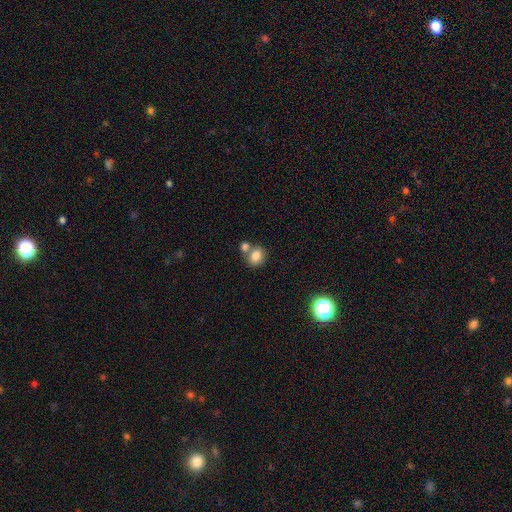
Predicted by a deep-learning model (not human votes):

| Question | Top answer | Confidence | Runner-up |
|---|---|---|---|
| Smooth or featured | smooth | 81% | star or artifact (10%) |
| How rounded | round | 62% | in between (37%) |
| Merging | none | 51% | merger (35%) |